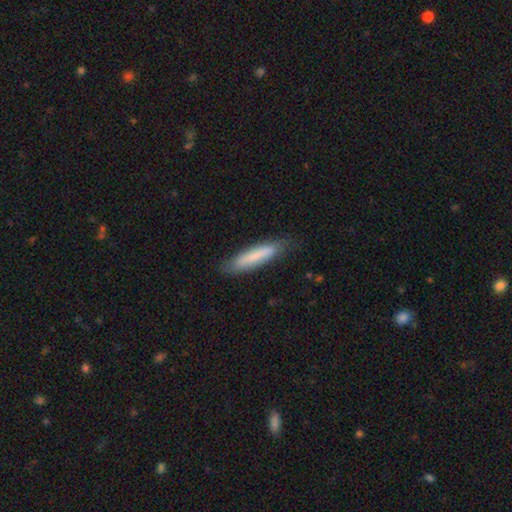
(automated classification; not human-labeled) This is likely a smooth galaxy (77%). How rounded: clearly cigar-shaped (86%). Merging: likely none (80%).